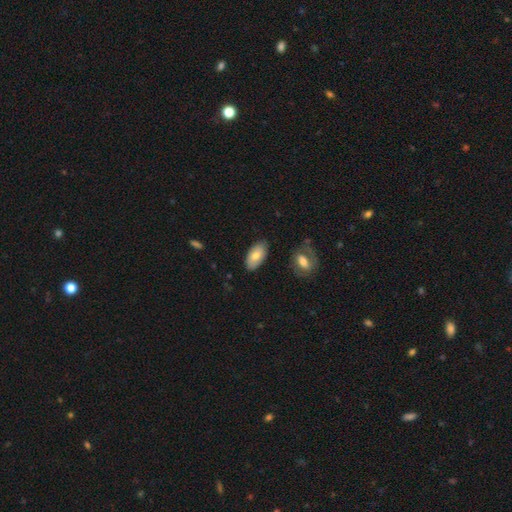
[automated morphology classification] Overall: smooth (75%). How rounded: in between (94%). Merging: none (82%).